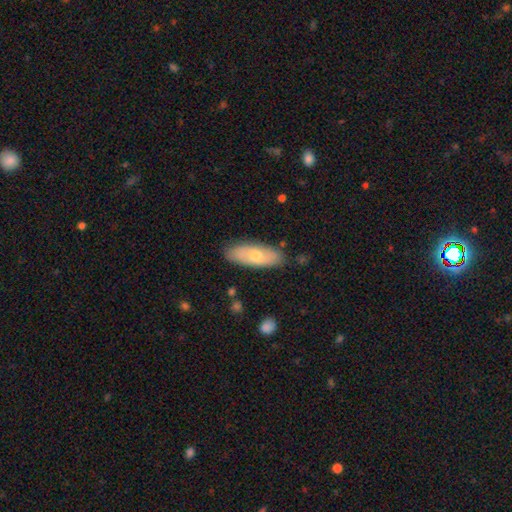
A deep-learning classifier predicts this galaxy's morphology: smooth_or_featured: smooth (p=0.61) [alt: featured or disk p=0.34]
how_rounded: in between (p=0.73) [alt: cigar-shaped p=0.25]
merging: none (p=0.84) [alt: minor disturbance p=0.12]